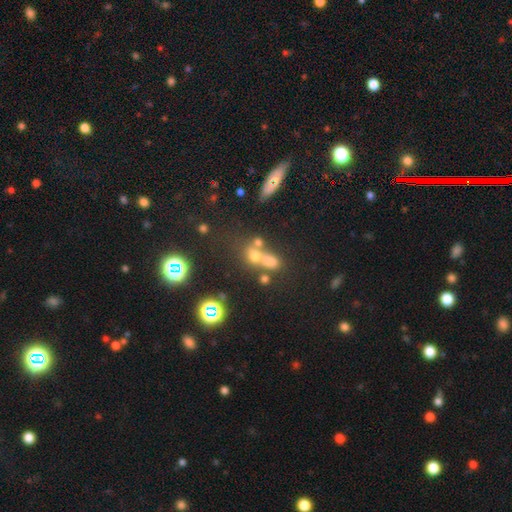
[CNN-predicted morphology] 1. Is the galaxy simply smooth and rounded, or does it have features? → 52% smooth, 28% star or artifact, 20% featured or disk.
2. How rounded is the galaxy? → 58% round, 34% in between, 7% cigar-shaped.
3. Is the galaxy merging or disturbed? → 51% merger, 34% none, 9% minor disturbance, 6% major disturbance.